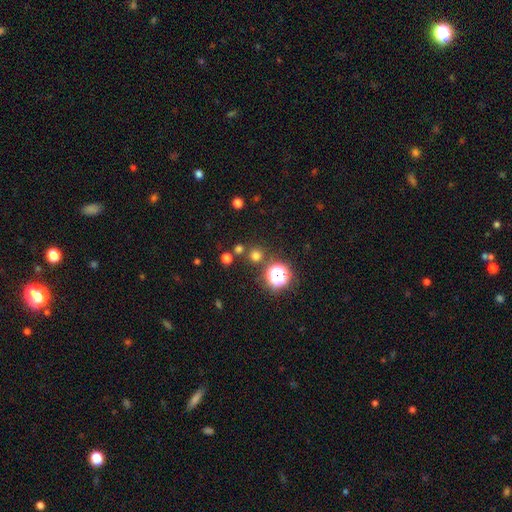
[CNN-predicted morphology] A smooth galaxy with no disk features (66%) that is round (94%).

Vote fractions:
- Smooth or featured? smooth: 66% / star or artifact: 28% / featured or disk: 6%
- How rounded? round: 94% / in between: 5% / cigar-shaped: 1%
- Merging? none: 81% / merger: 9% / minor disturbance: 7% / major disturbance: 3%